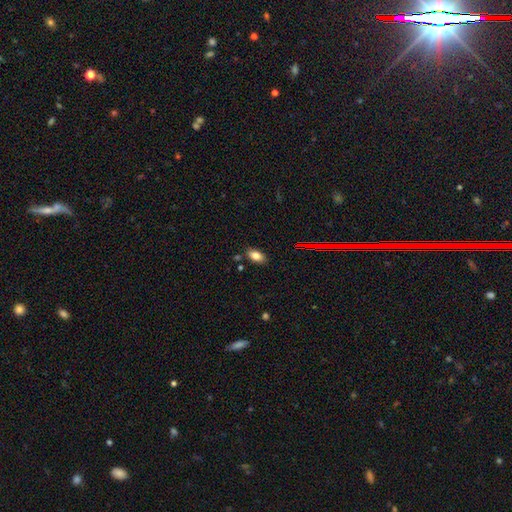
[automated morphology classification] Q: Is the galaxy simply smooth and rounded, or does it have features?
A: smooth — 81%.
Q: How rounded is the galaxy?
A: in between — 90%.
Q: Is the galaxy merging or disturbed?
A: none — 82%.